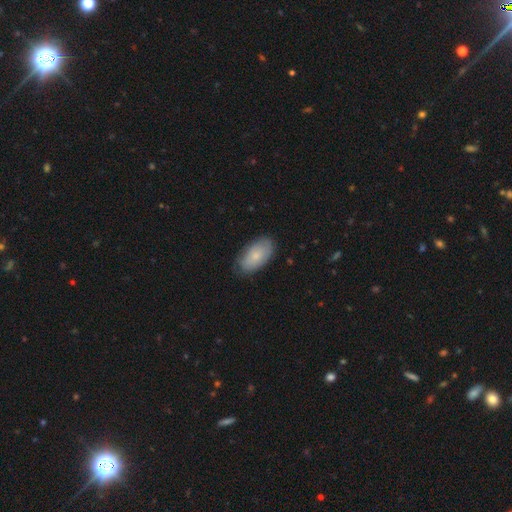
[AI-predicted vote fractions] Smooth or featured: smooth — 72% (featured or disk — 22%)
How rounded: in between — 94% (round — 4%)
Merging: none — 76% (minor disturbance — 19%)